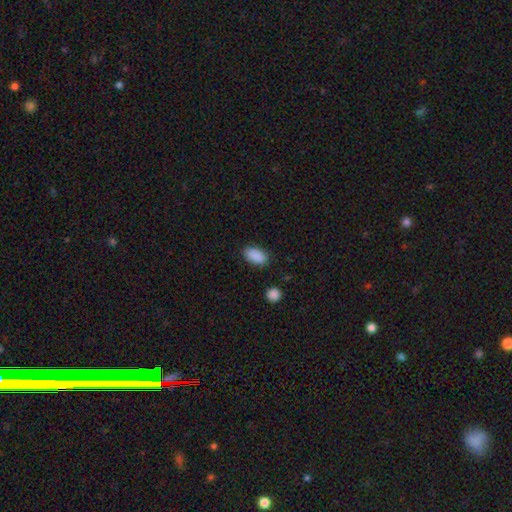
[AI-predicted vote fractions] Morphology: type=smooth (89%); roundness=in between (92%); merging=none (85%).